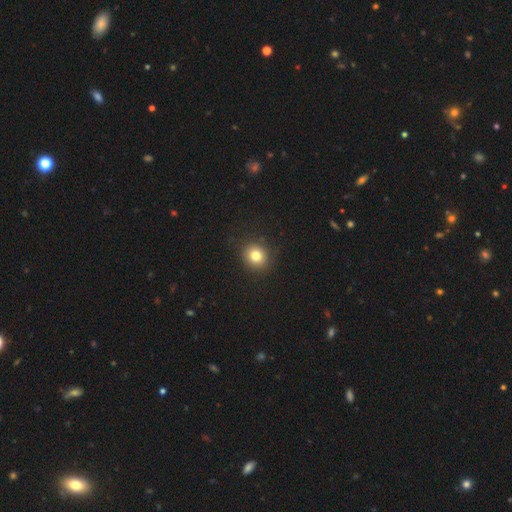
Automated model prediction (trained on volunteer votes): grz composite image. It shows a smooth galaxy with no disk features (80%) that is round (83%). Merging: none (89%).